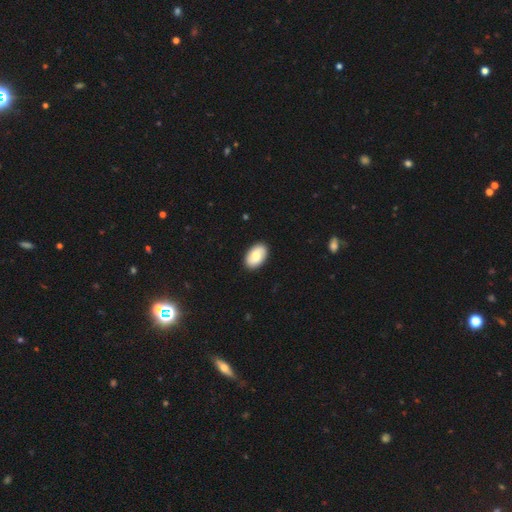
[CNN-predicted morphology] The model was most divided on "smooth or featured": smooth: 70%, featured or disk: 24%, star or artifact: 6%. More confident: how rounded — in between (91%); merging — none (90%).